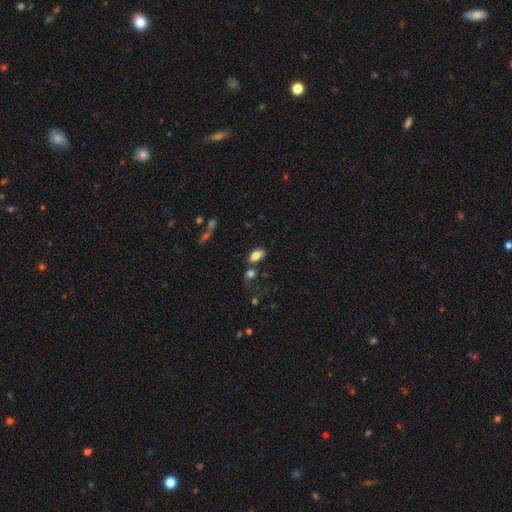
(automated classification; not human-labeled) Smooth or featured? Predicted: smooth (p=0.81). How rounded? Predicted: in between (p=0.91). Merging? Predicted: none (p=0.58).